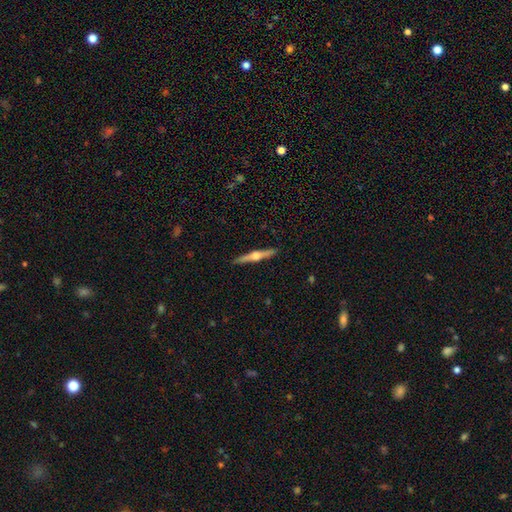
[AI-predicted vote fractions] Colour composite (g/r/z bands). It shows a featured or disk galaxy (69%) viewed edge-on (98%) with a rounded central bulge (93%). Merging: none (91%).